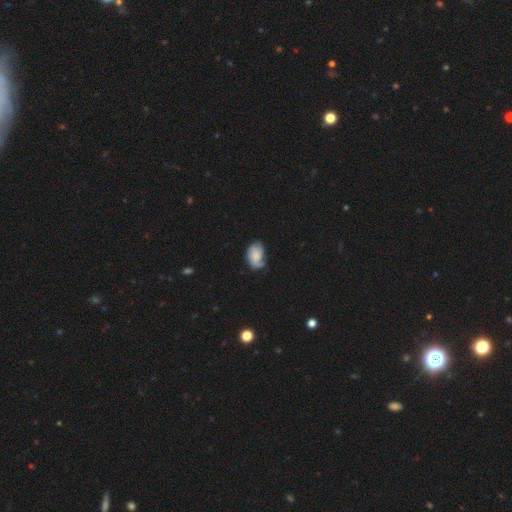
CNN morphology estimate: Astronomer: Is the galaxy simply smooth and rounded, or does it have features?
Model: smooth — 53% (runner-up: featured or disk, 39%).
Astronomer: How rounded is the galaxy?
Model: in between — 84%.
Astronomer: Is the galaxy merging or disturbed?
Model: none — 52% (runner-up: minor disturbance, 33%).